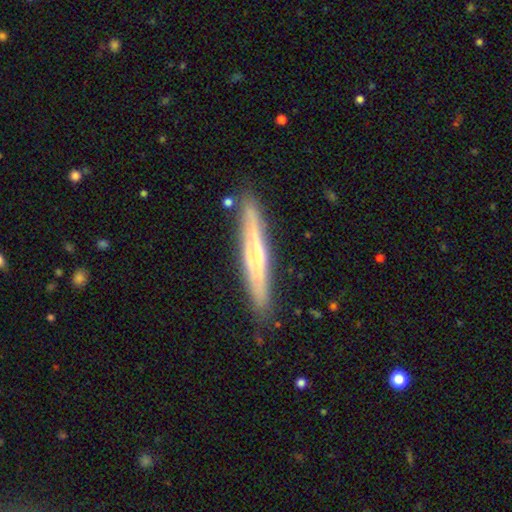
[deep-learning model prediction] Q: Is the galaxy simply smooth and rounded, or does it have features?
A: featured or disk — 58%.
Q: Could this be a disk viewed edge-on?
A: yes — 90%.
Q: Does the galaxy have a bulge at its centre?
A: rounded — 60%.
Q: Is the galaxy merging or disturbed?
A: none — 86%.